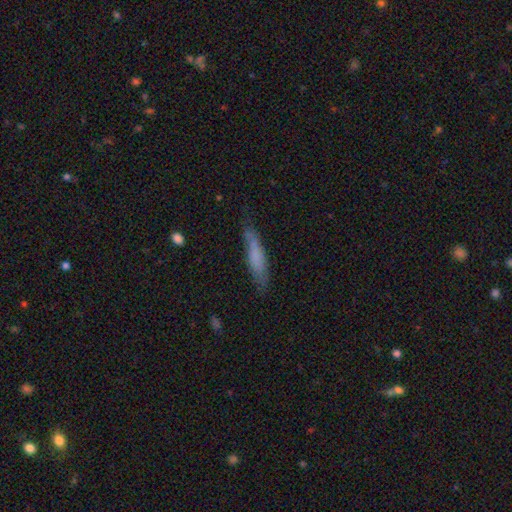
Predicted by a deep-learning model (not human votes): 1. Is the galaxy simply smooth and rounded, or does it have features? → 68% smooth, 25% featured or disk, 7% star or artifact.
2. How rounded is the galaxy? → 83% cigar-shaped, 15% in between, 1% round.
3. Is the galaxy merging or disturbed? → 69% none, 23% minor disturbance, 6% major disturbance, 2% merger.